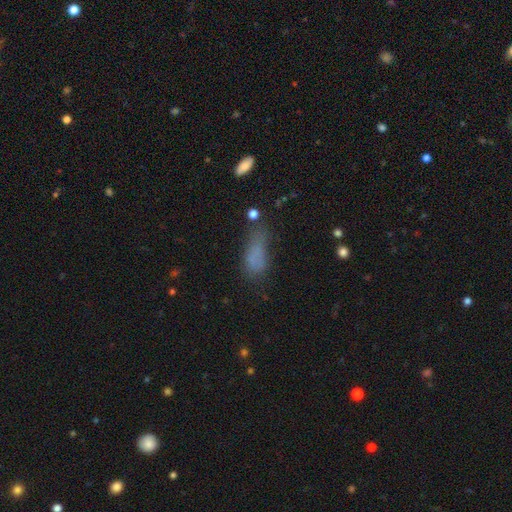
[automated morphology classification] A smooth galaxy with no disk features (70%) that is in between round and cigar-shaped (68%).

Vote fractions:
- Smooth or featured? smooth: 70% / star or artifact: 16% / featured or disk: 14%
- How rounded? in between: 68% / cigar-shaped: 28% / round: 5%
- Merging? none: 38% / minor disturbance: 30% / major disturbance: 26% / merger: 7%